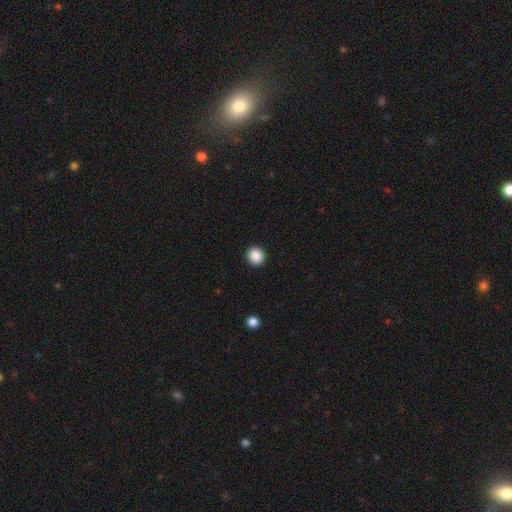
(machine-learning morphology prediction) smooth-or-featured: smooth: 89% | star or artifact: 9% | featured or disk: 3%
  how-rounded: round: 83% | in between: 16% | cigar-shaped: 1%
  merging: none: 92% | minor disturbance: 5% | major disturbance: 2% | merger: 1%